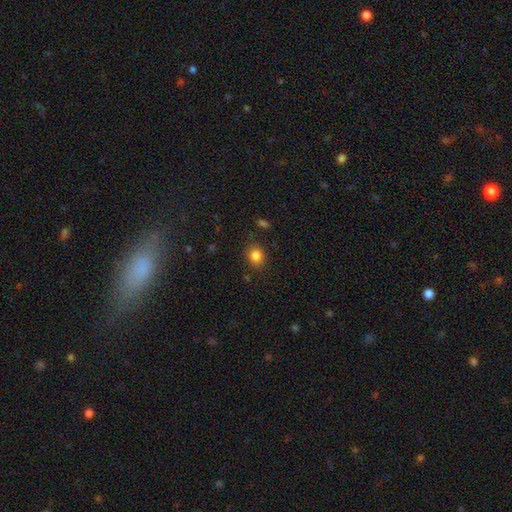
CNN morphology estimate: Smooth or featured? smooth (84%)
How rounded? round (70%)
Merging? none (84%)